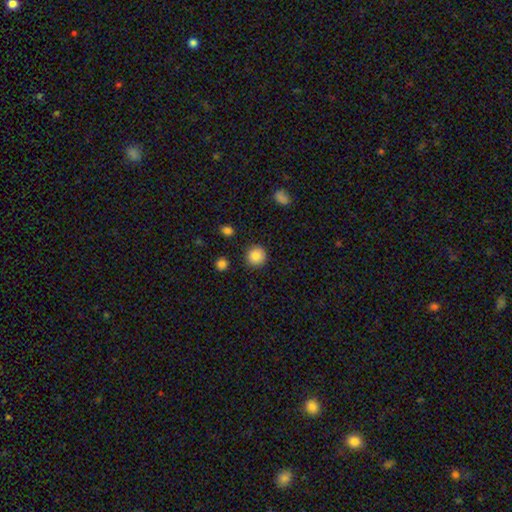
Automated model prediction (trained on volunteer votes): Q: Smooth or featured?
A: smooth (87%); runner-up: star or artifact (9%)
Q: How rounded?
A: round (94%); runner-up: in between (5%)
Q: Merging?
A: none (91%); runner-up: minor disturbance (6%)